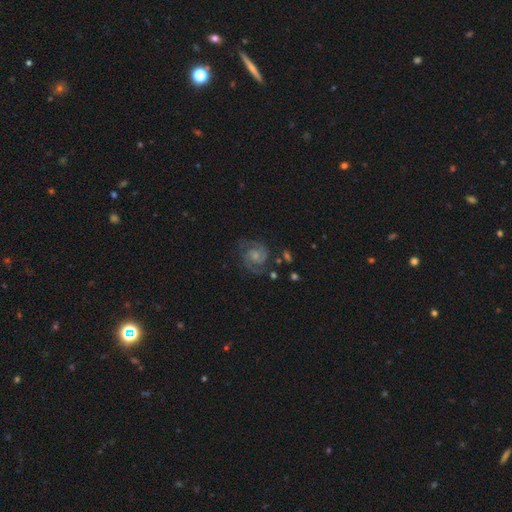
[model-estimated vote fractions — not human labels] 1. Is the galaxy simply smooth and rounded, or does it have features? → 85% featured or disk, 8% smooth, 6% star or artifact.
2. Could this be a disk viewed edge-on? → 98% no, 2% yes.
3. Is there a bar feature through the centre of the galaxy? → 61% no, 33% weak, 6% strong.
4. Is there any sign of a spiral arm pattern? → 97% yes, 3% no.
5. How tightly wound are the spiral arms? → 45% medium (tied), 45% tight (tied), 10% loose.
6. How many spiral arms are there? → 82% 2, 7% 3, 6% can't tell, 2% 1, 2% 4, 2% more than 4.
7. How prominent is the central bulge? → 52% small, 26% moderate, 18% none, 3% large, 1% dominant.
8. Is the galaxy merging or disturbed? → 73% none, 16% minor disturbance, 9% major disturbance, 2% merger.